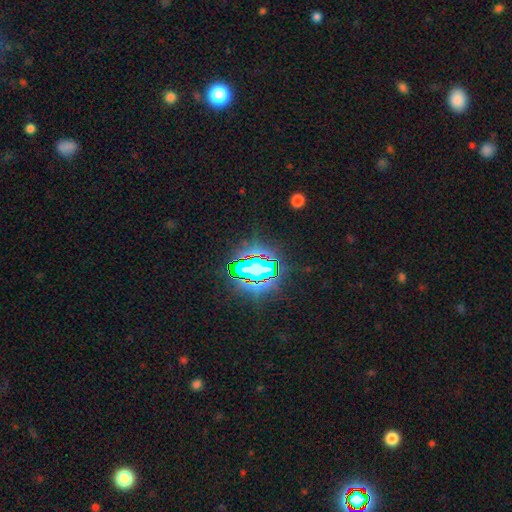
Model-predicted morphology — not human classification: Q: Smooth or featured?
A: star or artifact (81%); runner-up: smooth (11%)